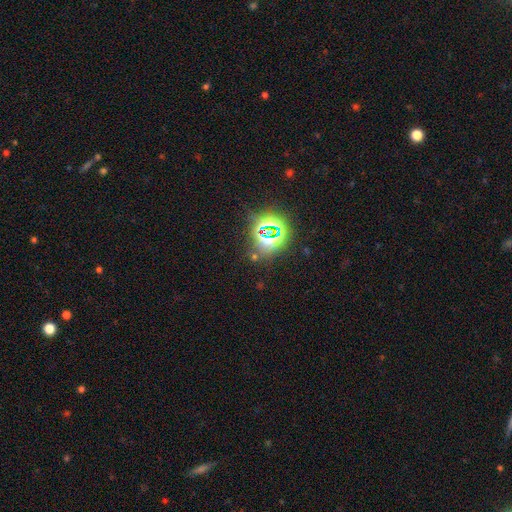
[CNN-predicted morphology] This is likely a star or artifact rather than a galaxy (76%).